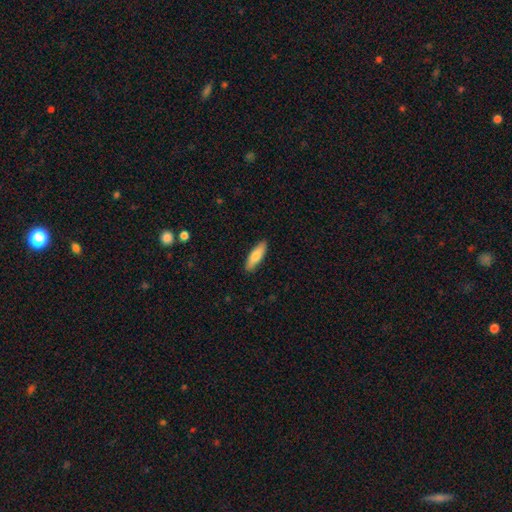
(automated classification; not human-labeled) Morphology: type=smooth (78%); roundness=in between (51%); merging=none (89%).